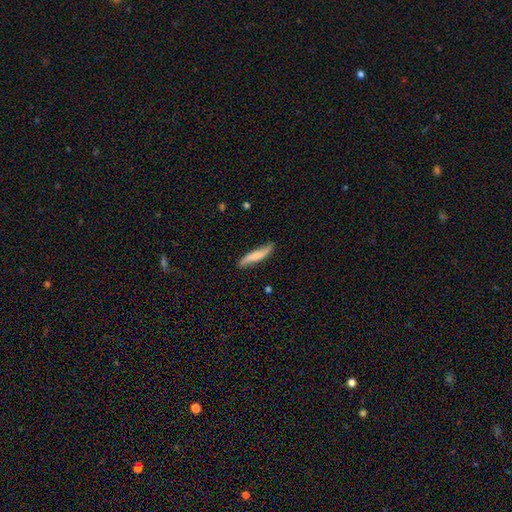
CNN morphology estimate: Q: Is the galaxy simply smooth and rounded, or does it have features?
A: smooth — 62%.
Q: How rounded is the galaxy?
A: cigar-shaped — 84%.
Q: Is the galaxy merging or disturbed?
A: none — 76%.